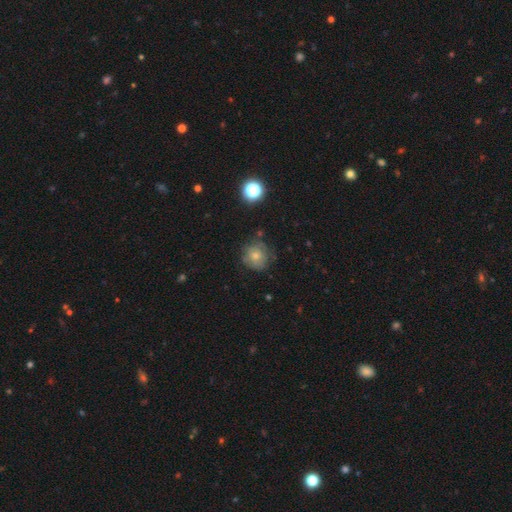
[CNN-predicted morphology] smooth_or_featured: smooth (p=0.63) [alt: featured or disk p=0.24]
how_rounded: round (p=0.85) [alt: in between p=0.14]
merging: none (p=0.65) [alt: minor disturbance p=0.23]